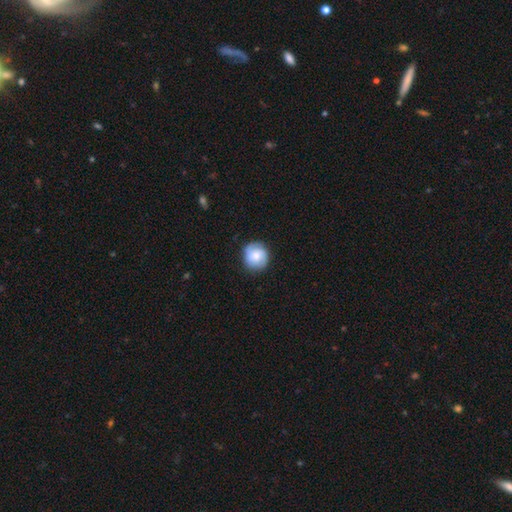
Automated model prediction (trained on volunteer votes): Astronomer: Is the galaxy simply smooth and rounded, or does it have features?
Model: smooth — 62%.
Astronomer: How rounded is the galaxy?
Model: round — 90%.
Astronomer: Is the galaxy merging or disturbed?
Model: none — 82%.